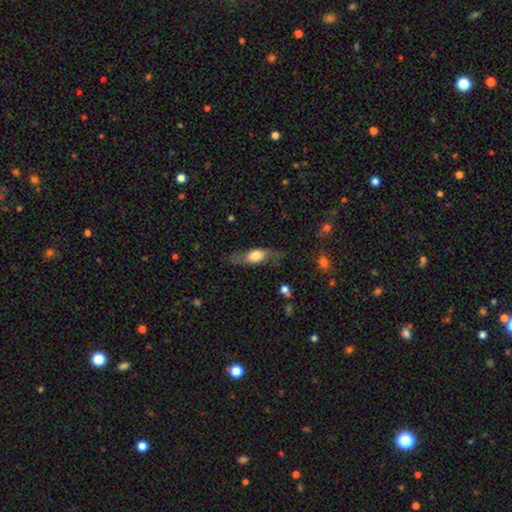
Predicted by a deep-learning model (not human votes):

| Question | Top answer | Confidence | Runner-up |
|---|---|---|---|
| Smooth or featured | smooth | 53% | featured or disk (41%) |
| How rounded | in between | 68% | cigar-shaped (26%) |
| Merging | none | 66% | minor disturbance (22%) |